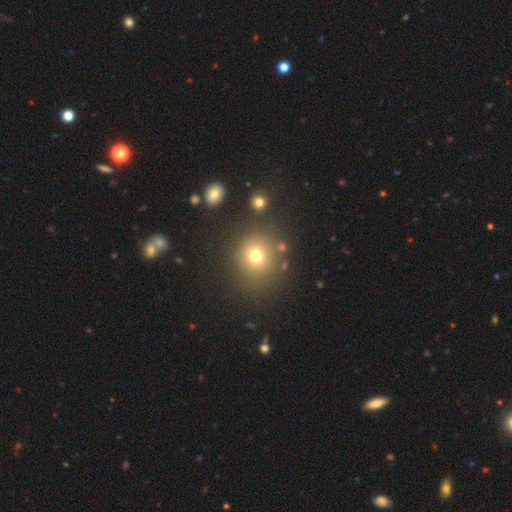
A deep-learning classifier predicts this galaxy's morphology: This appears to be a smooth galaxy with no disk features (72%) that is round (86%). Merging: none (82%).